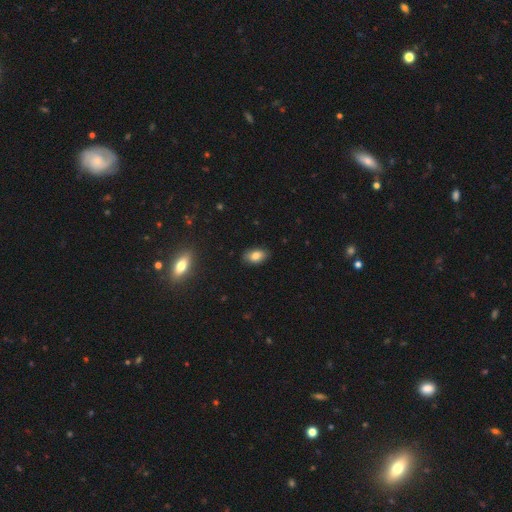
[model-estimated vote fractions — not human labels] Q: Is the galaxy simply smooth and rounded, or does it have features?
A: smooth — 82%.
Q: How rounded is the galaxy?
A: in between — 90%.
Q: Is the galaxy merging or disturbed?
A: none — 86%.